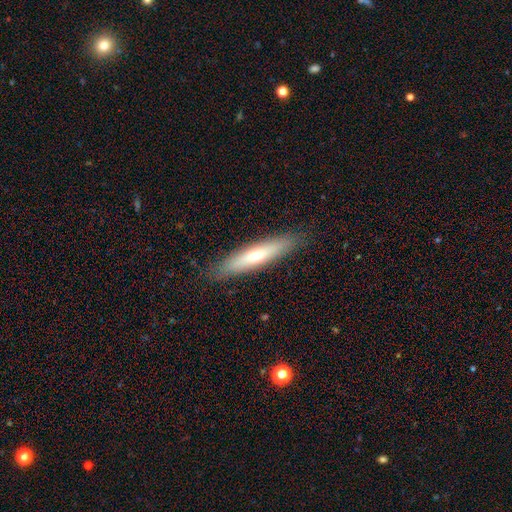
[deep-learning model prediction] Morphology: type=smooth (52%); roundness=cigar-shaped (81%); merging=none (88%).